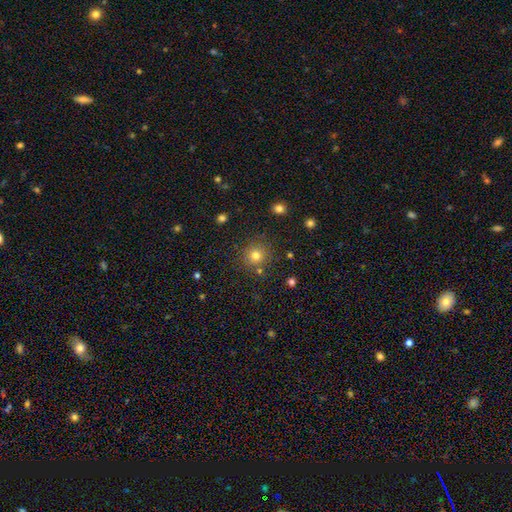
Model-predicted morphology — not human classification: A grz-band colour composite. It shows a smooth galaxy with no disk features (77%) that is round (92%). Merging: none (82%).